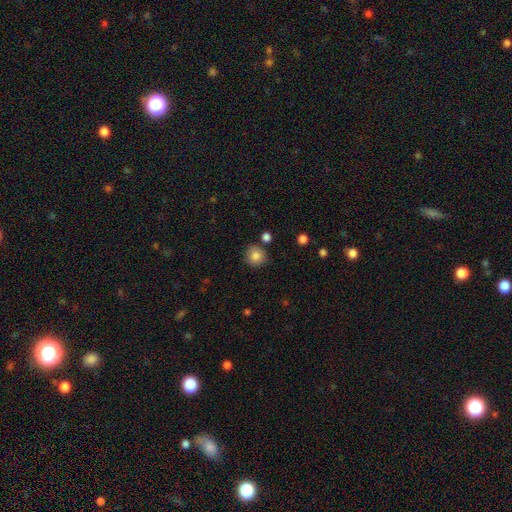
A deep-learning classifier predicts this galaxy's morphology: smooth 84%, star or artifact 10%, featured or disk 6%. Down the decision tree: how rounded — round (91%); merging — none (83%).